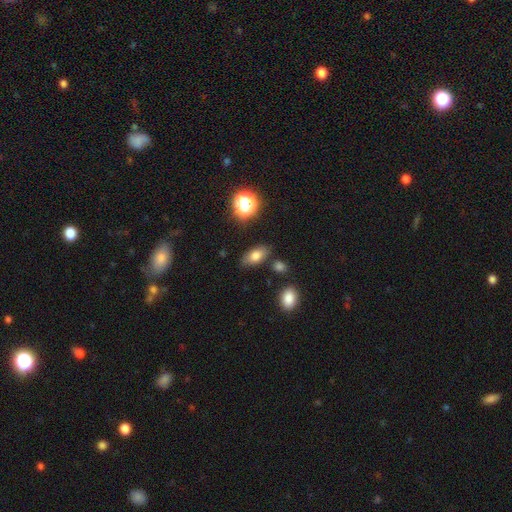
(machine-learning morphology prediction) Smooth or featured? smooth (75%)
How rounded? in between (87%)
Merging? none (81%)